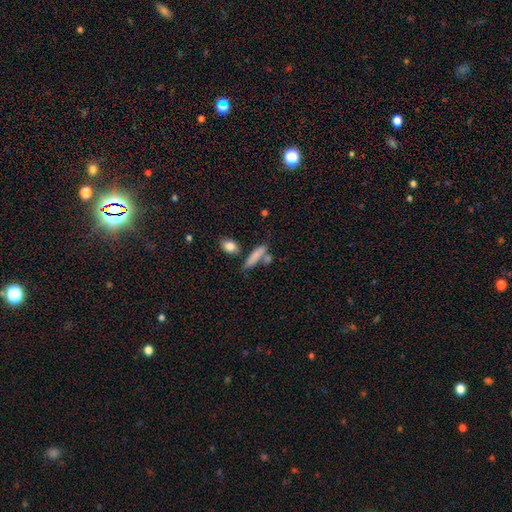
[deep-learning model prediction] Q: Smooth or featured?
A: smooth (77%); runner-up: featured or disk (15%)
Q: How rounded?
A: cigar-shaped (67%); runner-up: in between (29%)
Q: Merging?
A: none (61%); runner-up: merger (19%)